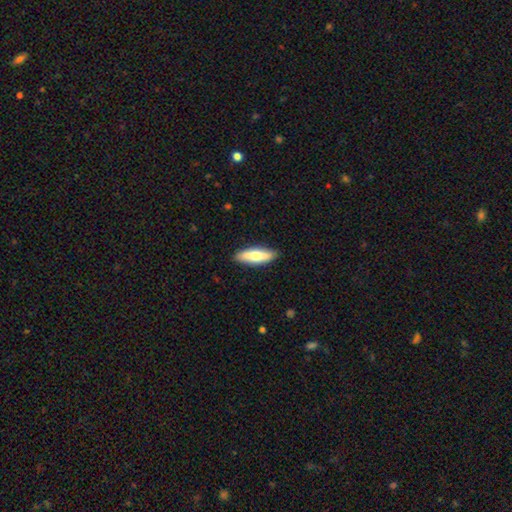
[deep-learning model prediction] Smooth or featured? smooth (65%)
How rounded? cigar-shaped (50%)
Merging? none (88%)